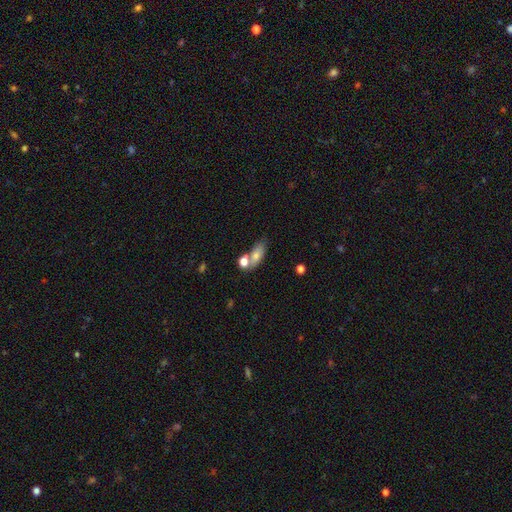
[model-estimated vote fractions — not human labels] smooth 71%, featured or disk 20%, star or artifact 9%. Down the decision tree: how rounded — in between (75%); merging — none (52%).